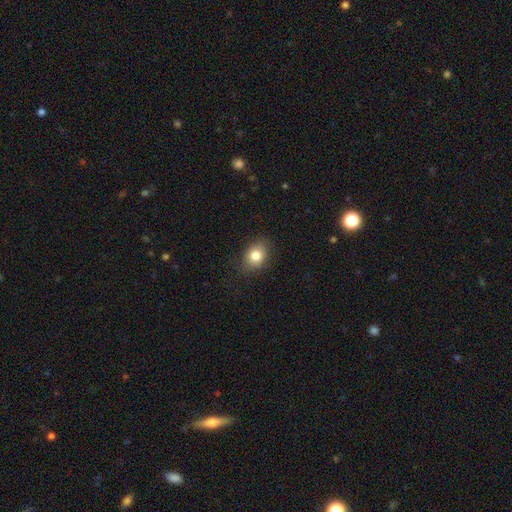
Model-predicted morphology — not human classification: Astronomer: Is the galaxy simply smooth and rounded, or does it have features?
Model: smooth — 81%.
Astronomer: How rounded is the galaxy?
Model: in between — 61% (runner-up: round, 38%).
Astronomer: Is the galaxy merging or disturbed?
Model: none — 84%.